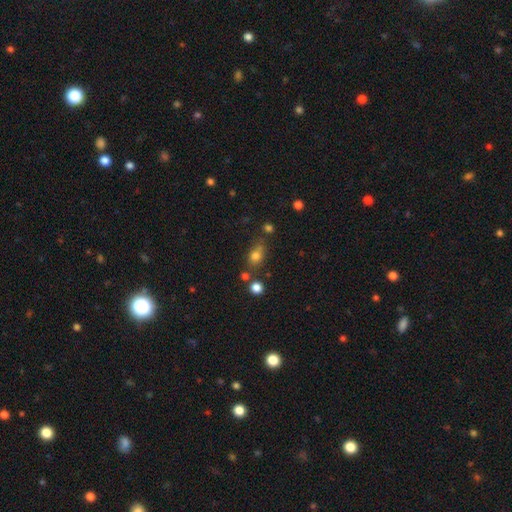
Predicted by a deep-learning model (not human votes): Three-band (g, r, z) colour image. It shows a smooth galaxy with no disk features (75%) that is in between round and cigar-shaped (55%). Merging: none (58%).